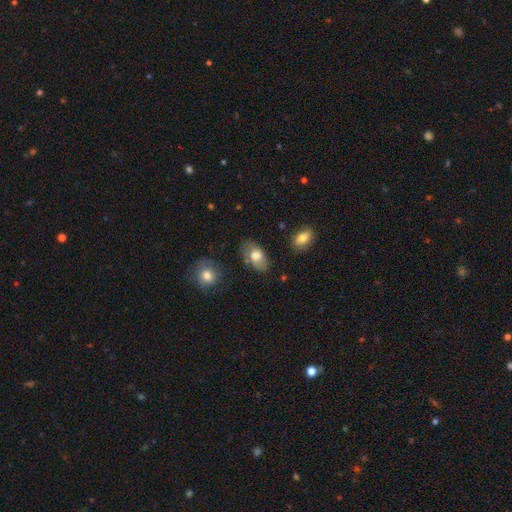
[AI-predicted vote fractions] Smooth or featured?
  - smooth: 67% *
  - featured or disk: 26%
  - star or artifact: 7%
How rounded?
  - in between: 92% *
  - round: 6%
  - cigar-shaped: 2%
Merging?
  - none: 71% *
  - minor disturbance: 19%
  - major disturbance: 6%
  - merger: 4%